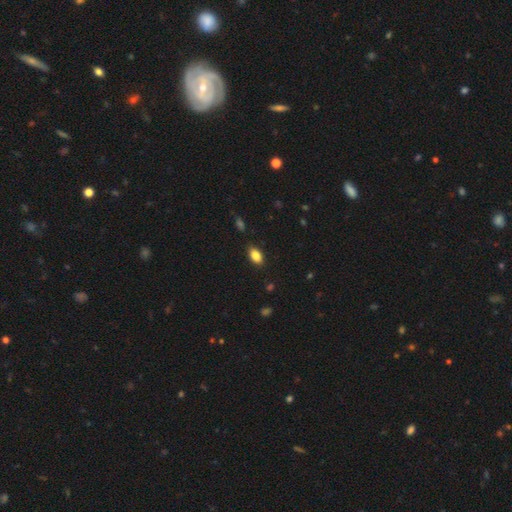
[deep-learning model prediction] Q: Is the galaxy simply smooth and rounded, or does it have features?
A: smooth — 86%.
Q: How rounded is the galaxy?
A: in between — 89%.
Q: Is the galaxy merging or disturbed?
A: none — 85%.